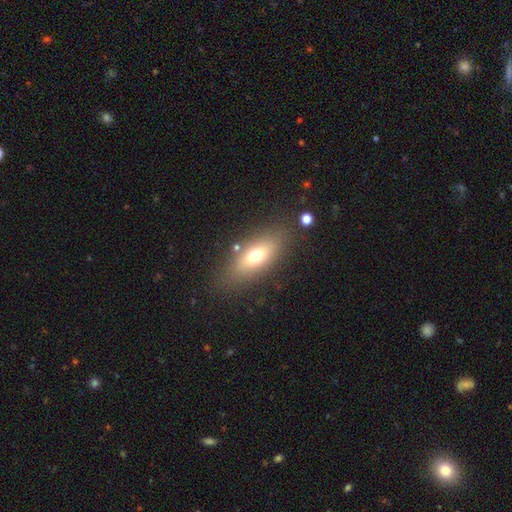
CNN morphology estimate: This is likely a smooth galaxy (65%). How rounded: likely in between (75%). Merging: clearly none (80%).